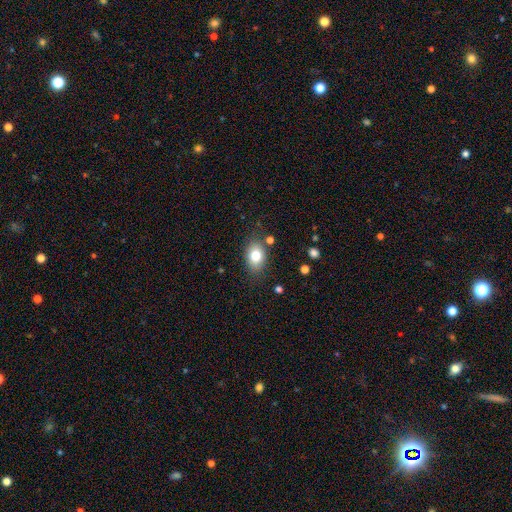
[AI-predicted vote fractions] The model was most divided on "how rounded": in between: 79%, round: 20%, cigar-shaped: 1%. More confident: merging — none (81%); smooth or featured — smooth (78%).